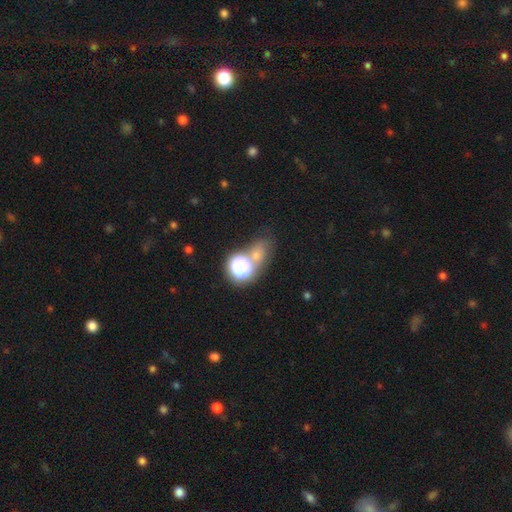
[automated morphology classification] A star or artifact, not a galaxy (47%).